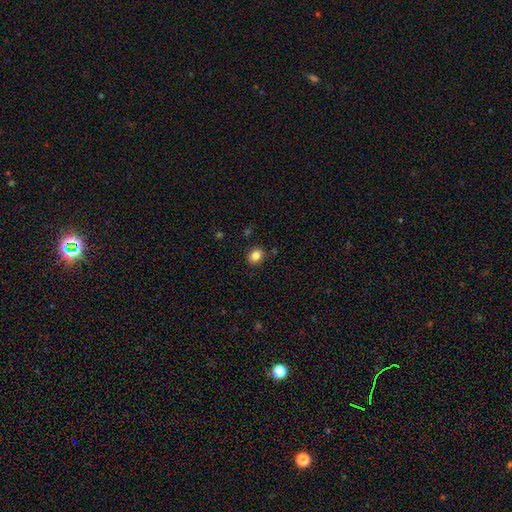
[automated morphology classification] Smooth or featured?
  - smooth: 84% *
  - star or artifact: 11%
  - featured or disk: 5%
How rounded?
  - round: 57% *
  - in between: 43%
  - cigar-shaped: 1%
Merging?
  - none: 87% *
  - minor disturbance: 9%
  - major disturbance: 2%
  - merger: 2%